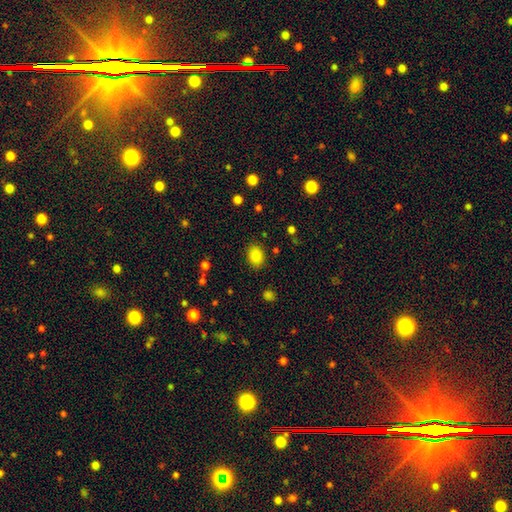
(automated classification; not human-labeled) Smooth or featured?
  - smooth: 86% *
  - star or artifact: 10%
  - featured or disk: 4%
How rounded?
  - in between: 65% *
  - round: 34%
  - cigar-shaped: 1%
Merging?
  - none: 85% *
  - minor disturbance: 10%
  - major disturbance: 3%
  - merger: 2%